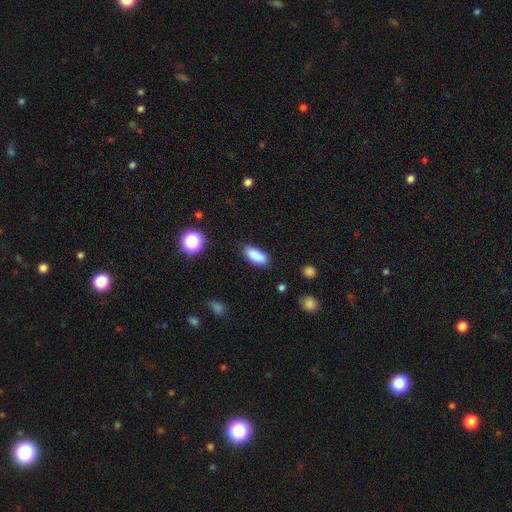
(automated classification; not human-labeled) Q: Smooth or featured?
A: smooth (87%); runner-up: star or artifact (8%)
Q: How rounded?
A: in between (81%); runner-up: cigar-shaped (17%)
Q: Merging?
A: none (81%); runner-up: minor disturbance (14%)